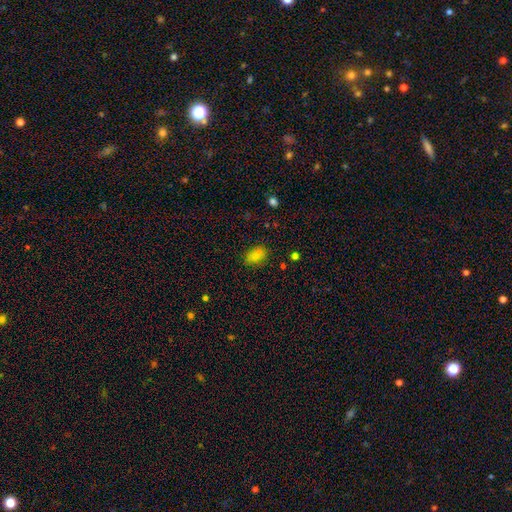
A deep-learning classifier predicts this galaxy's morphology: Overall: smooth (80%). How rounded: in between (83%). Merging: none (74%).